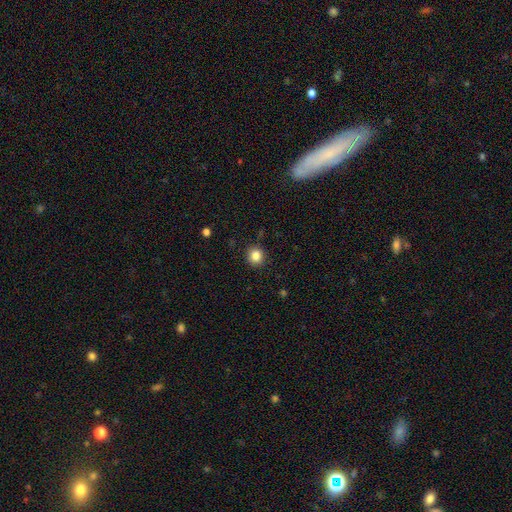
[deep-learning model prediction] A smooth galaxy with no disk features (84%) that is round (91%).

Vote fractions:
- Smooth or featured? smooth: 84% / star or artifact: 11% / featured or disk: 5%
- How rounded? round: 91% / in between: 8% / cigar-shaped: 1%
- Merging? none: 90% / minor disturbance: 7% / major disturbance: 2% / merger: 1%